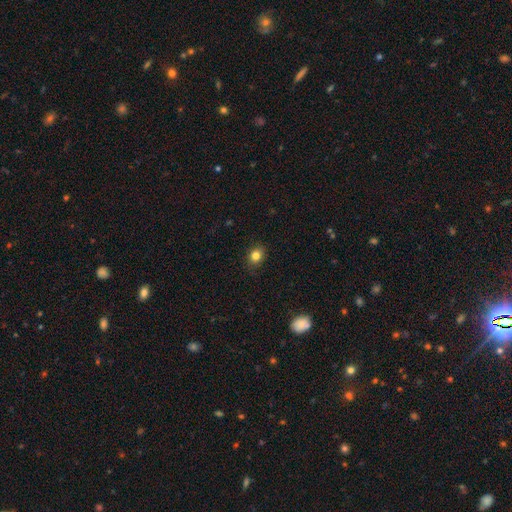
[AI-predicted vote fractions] This appears to be a smooth galaxy with no disk features (83%) that is round (60%). Merging: none (86%).